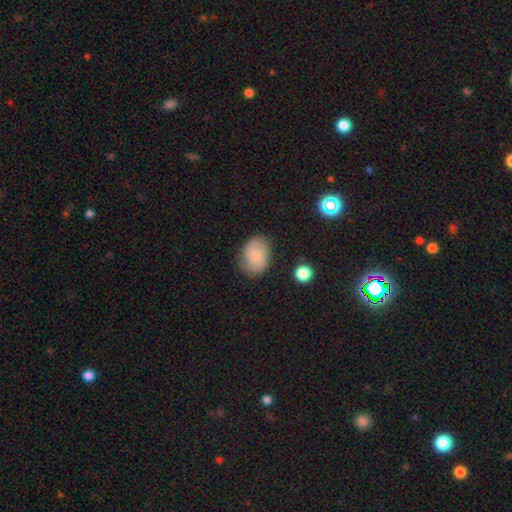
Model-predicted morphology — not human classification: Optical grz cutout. It shows a smooth galaxy with no disk features (62%) that is in between round and cigar-shaped (69%). Merging: none (77%).